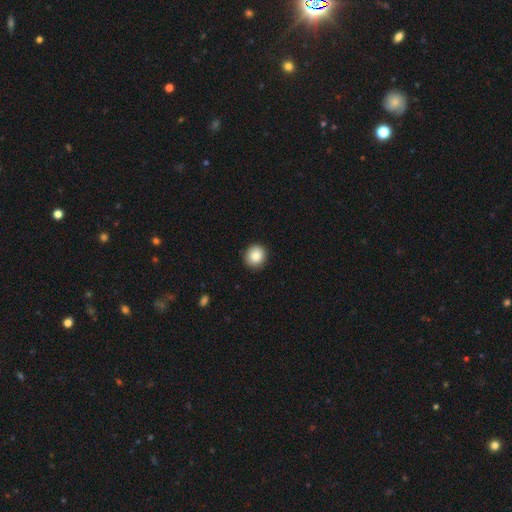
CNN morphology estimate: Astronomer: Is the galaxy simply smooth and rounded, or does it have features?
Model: smooth — 85%.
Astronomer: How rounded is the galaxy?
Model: round — 89%.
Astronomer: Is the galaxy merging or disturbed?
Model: none — 91%.